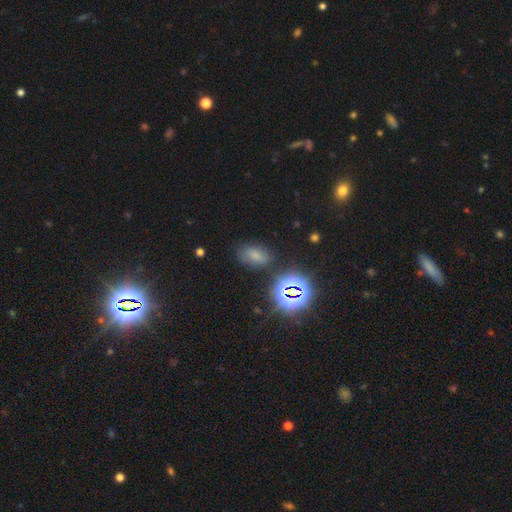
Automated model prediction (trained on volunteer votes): This appears to be a smooth galaxy with no disk features (63%) that is in between round and cigar-shaped (87%). Merging: none (73%).